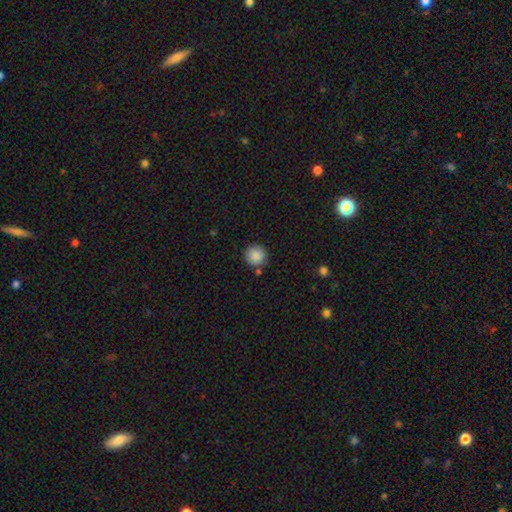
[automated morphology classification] Smooth or featured: smooth — 88% (star or artifact — 8%)
How rounded: round — 93% (in between — 6%)
Merging: none — 86% (minor disturbance — 8%)